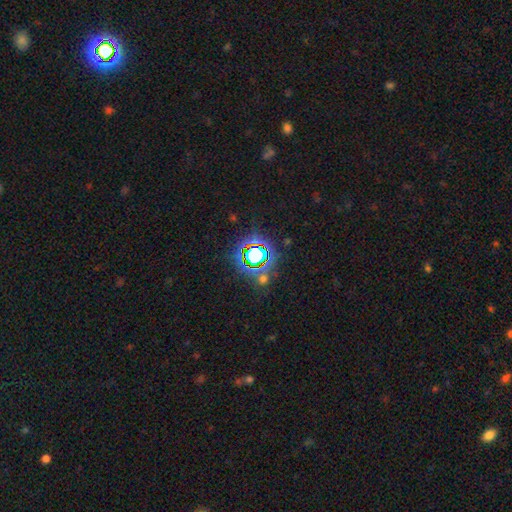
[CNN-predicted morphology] Q: Smooth or featured?
A: star or artifact (77%); runner-up: smooth (15%)